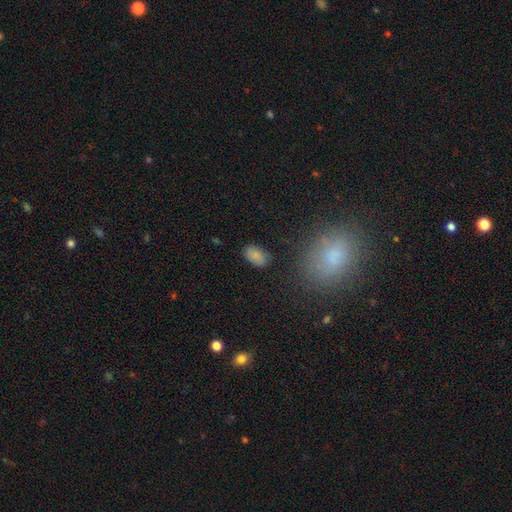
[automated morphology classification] smooth 83%, star or artifact 10%, featured or disk 7%. Down the decision tree: how rounded — in between (92%); merging — none (79%).